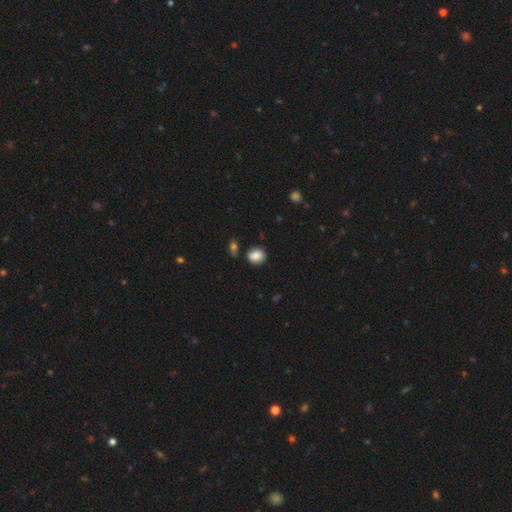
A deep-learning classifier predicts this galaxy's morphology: A smooth galaxy with no disk features (86%) that is round (57%).

Vote fractions:
- Smooth or featured? smooth: 86% / star or artifact: 9% / featured or disk: 6%
- How rounded? round: 57% / in between: 42% / cigar-shaped: 1%
- Merging? none: 76% / minor disturbance: 15% / merger: 5% / major disturbance: 3%